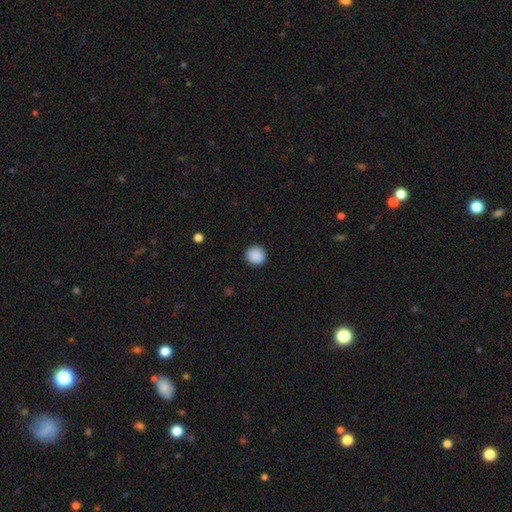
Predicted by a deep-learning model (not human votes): Smooth or featured? Predicted: smooth (p=0.90). How rounded? Predicted: round (p=0.94). Merging? Predicted: none (p=0.92).